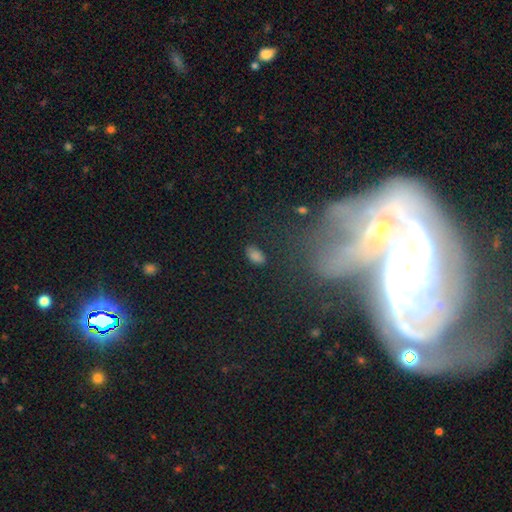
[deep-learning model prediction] smooth-or-featured: smooth: 75% | star or artifact: 16% | featured or disk: 10%
  how-rounded: in between: 90% | round: 7% | cigar-shaped: 3%
  merging: none: 79% | minor disturbance: 12% | major disturbance: 5% | merger: 3%